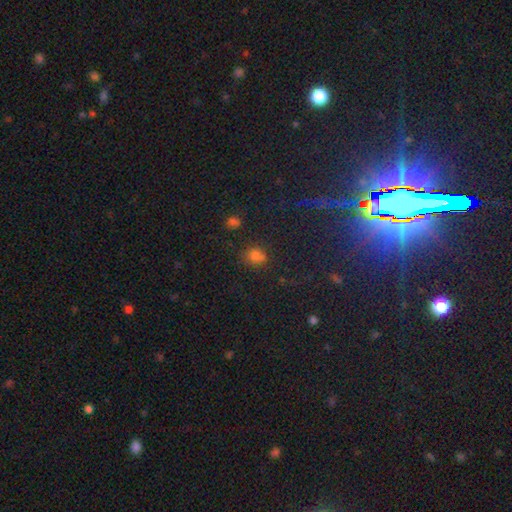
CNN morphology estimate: This is likely a smooth galaxy (69%). How rounded: likely round (66%). Merging: likely none (70%).